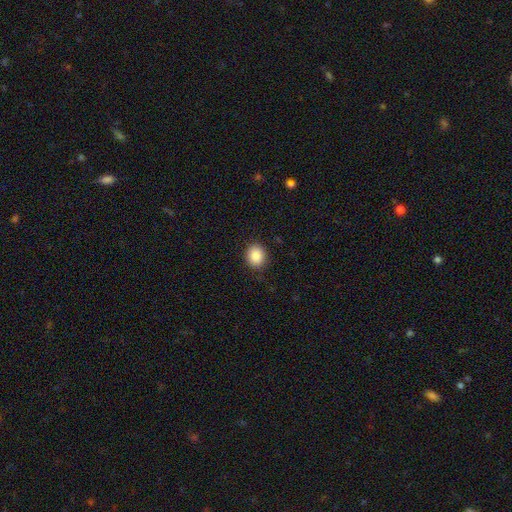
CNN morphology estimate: Smooth or featured? Predicted: smooth (p=0.88). How rounded? Predicted: round (p=0.64). Merging? Predicted: none (p=0.88).